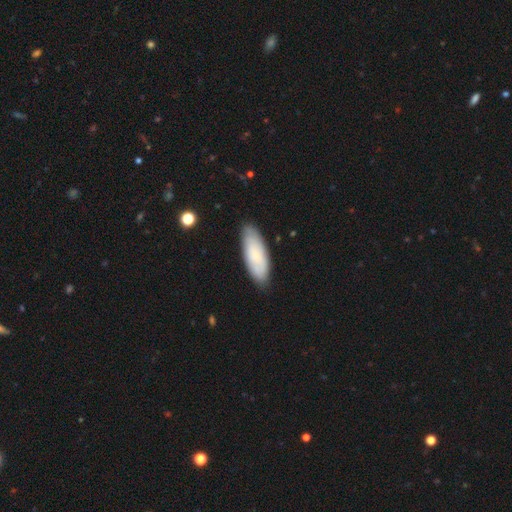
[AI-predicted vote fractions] smooth_or_featured: smooth (p=0.76) [alt: featured or disk p=0.18]
how_rounded: in between (p=0.70) [alt: cigar-shaped p=0.28]
merging: none (p=0.84) [alt: minor disturbance p=0.13]